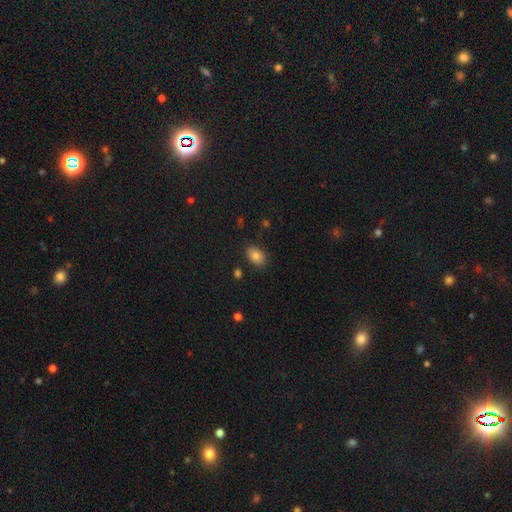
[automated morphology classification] Smooth or featured: smooth — 81% (featured or disk — 9%)
How rounded: in between — 82% (round — 17%)
Merging: none — 84% (minor disturbance — 12%)